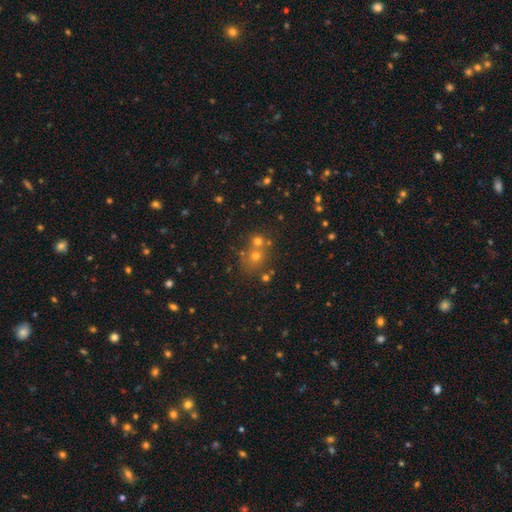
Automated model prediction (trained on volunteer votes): Smooth or featured: smooth — 54% (star or artifact — 32%)
How rounded: round — 84% (in between — 15%)
Merging: none — 56% (merger — 33%)